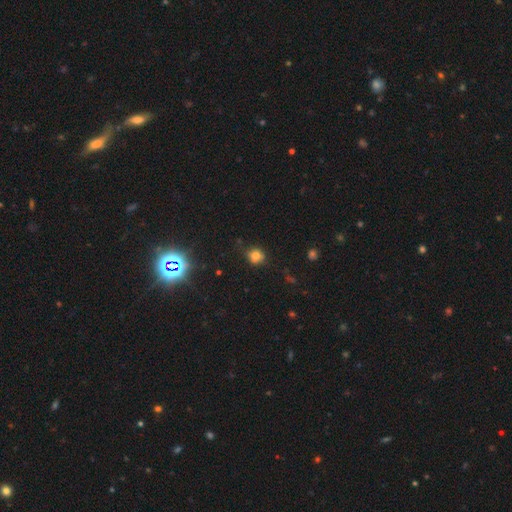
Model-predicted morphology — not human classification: Smooth or featured? Predicted: smooth (p=0.73). How rounded? Predicted: round (p=0.77). Merging? Predicted: none (p=0.69).